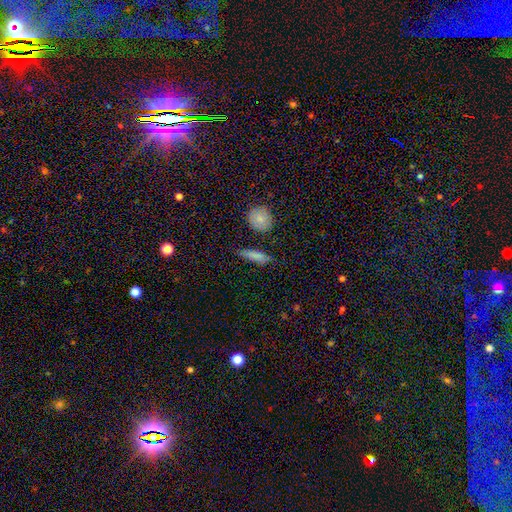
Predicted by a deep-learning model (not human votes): A smooth galaxy with no disk features (81%) that is cigar-shaped (58%). Merging: none (75%).